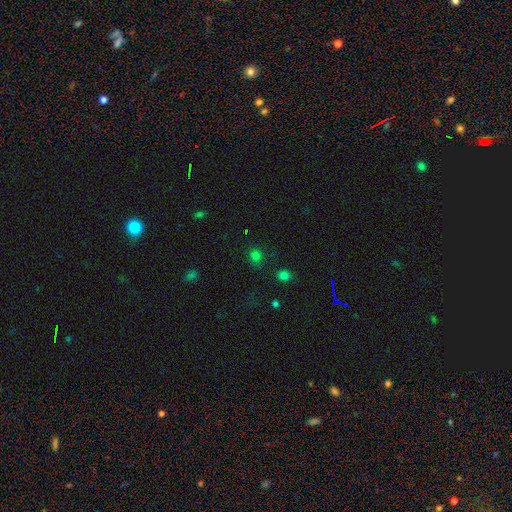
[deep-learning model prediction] Overall: smooth (71%). How rounded: round (82%). Merging: none (78%).